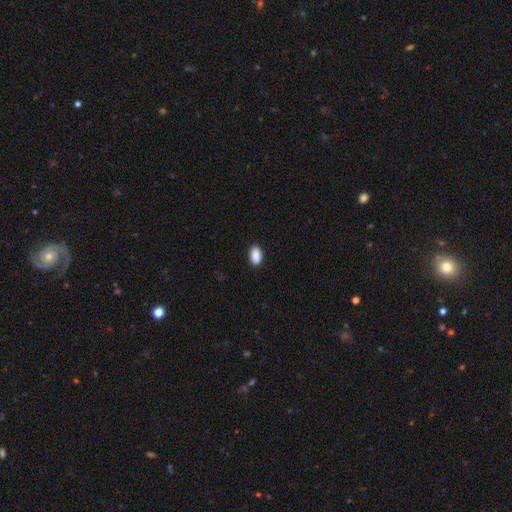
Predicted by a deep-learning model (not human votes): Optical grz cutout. It shows a smooth galaxy with no disk features (91%) that is in between round and cigar-shaped (94%). Merging: none (89%).